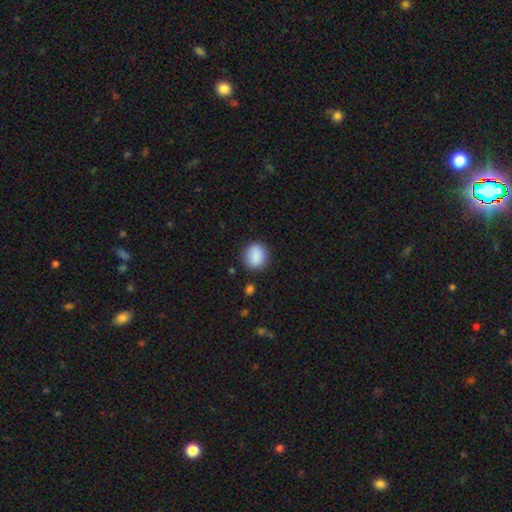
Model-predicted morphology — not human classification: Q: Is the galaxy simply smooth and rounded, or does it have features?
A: smooth — 88%.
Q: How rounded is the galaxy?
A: round — 78%.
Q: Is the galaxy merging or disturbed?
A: none — 85%.